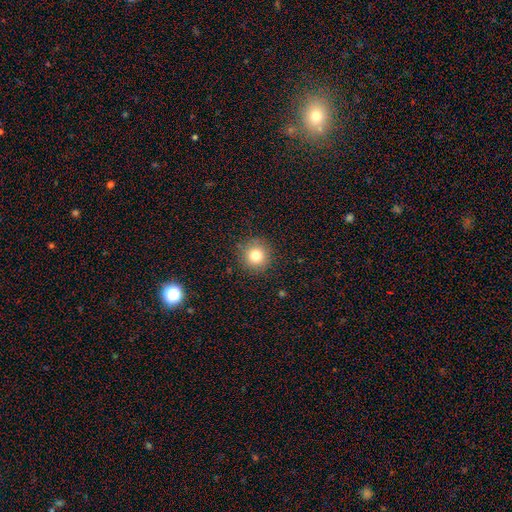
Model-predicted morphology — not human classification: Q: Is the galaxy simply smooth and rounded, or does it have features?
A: smooth — 79%.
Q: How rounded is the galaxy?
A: round — 94%.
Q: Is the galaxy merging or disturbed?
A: none — 90%.